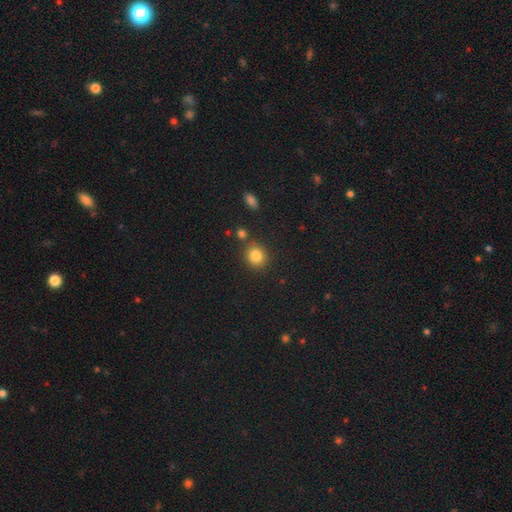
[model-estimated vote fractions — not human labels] Smooth or featured? smooth (83%)
How rounded? round (80%)
Merging? none (80%)